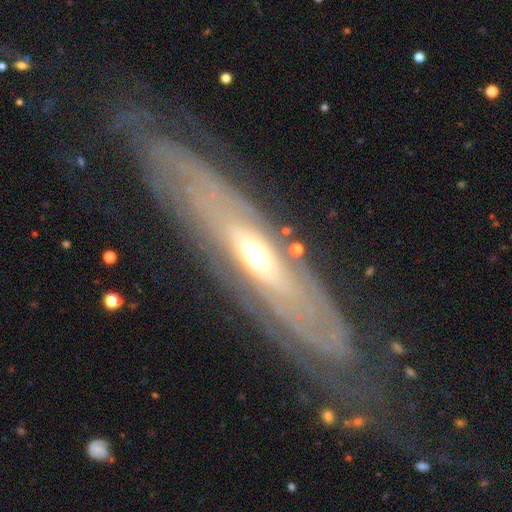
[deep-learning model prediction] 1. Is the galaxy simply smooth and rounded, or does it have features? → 80% featured or disk, 14% smooth, 6% star or artifact.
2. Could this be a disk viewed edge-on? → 59% no, 41% yes.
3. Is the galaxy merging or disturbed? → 76% none, 15% minor disturbance, 7% major disturbance, 2% merger.